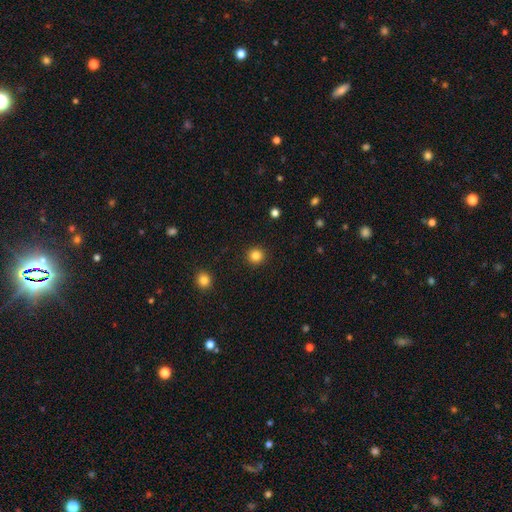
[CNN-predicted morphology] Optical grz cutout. It shows a smooth galaxy with no disk features (84%) that is round (95%). Merging: none (93%).